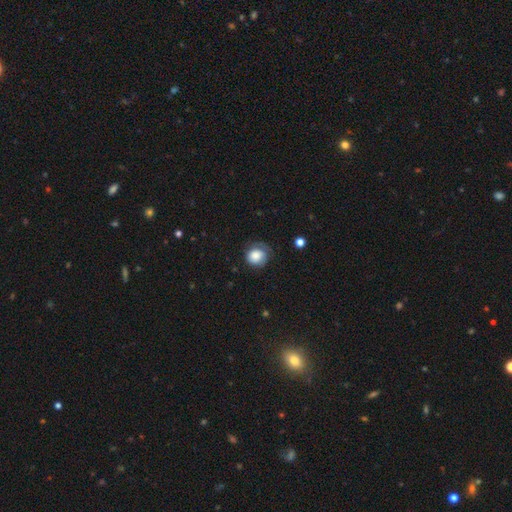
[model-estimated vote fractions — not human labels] Overall: smooth (77%). How rounded: round (82%). Merging: none (56%; minor disturbance 28%).